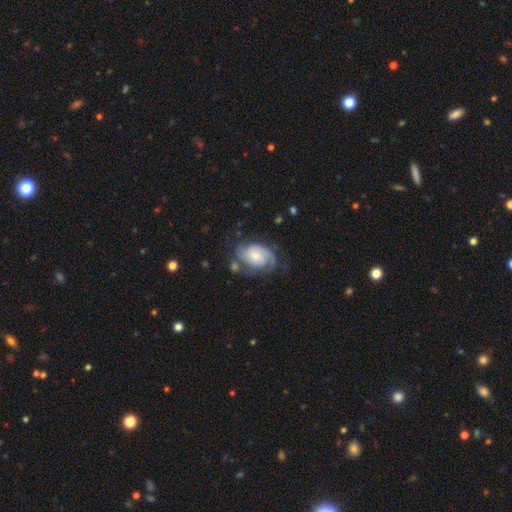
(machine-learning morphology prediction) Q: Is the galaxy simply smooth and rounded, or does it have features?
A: featured or disk — 55%.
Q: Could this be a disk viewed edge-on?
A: no — 96%.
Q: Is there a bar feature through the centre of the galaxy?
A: no — 75%.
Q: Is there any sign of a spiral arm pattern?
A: yes — 82%.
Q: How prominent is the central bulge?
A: small — 46%.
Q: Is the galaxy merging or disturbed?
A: none — 50%.